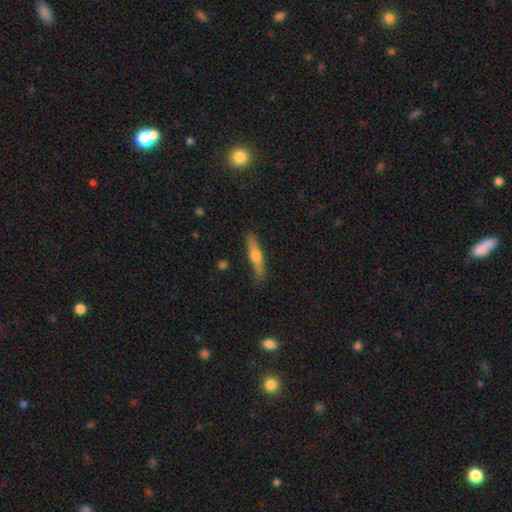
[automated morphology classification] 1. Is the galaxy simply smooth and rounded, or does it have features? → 52% featured or disk, 42% smooth, 7% star or artifact.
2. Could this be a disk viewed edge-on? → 94% yes, 6% no.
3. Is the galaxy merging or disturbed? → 86% none, 10% minor disturbance, 2% major disturbance, 1% merger.